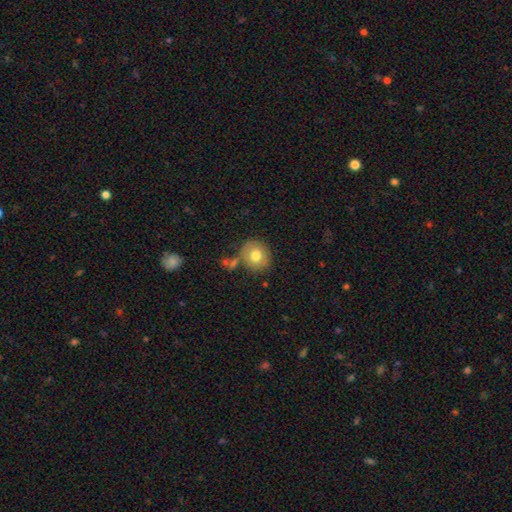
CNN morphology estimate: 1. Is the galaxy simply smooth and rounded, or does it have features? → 76% smooth, 15% featured or disk, 9% star or artifact.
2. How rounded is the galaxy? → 83% round, 16% in between, 1% cigar-shaped.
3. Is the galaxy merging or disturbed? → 69% none, 15% minor disturbance, 11% merger, 5% major disturbance.